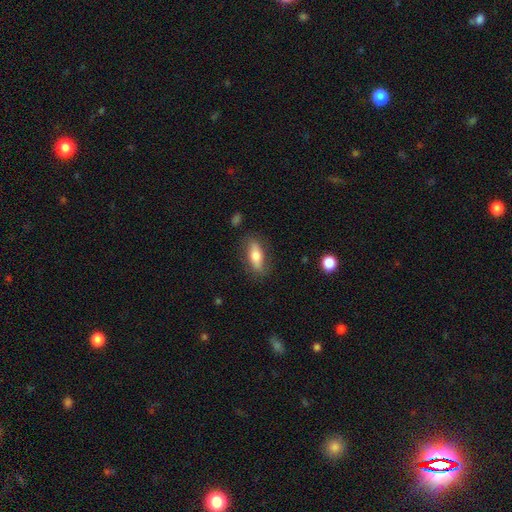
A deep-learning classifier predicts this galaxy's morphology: smooth 65%, featured or disk 28%, star or artifact 7%. Down the decision tree: how rounded — in between (66%); merging — none (81%).